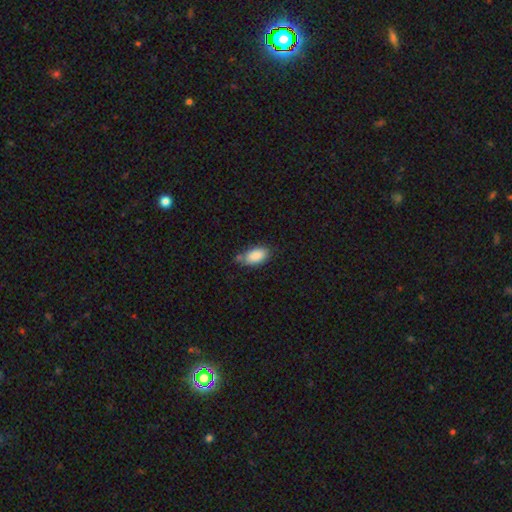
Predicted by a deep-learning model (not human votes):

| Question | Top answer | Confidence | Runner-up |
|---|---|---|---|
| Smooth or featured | smooth | 88% | star or artifact (7%) |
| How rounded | in between | 93% | cigar-shaped (4%) |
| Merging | none | 63% | minor disturbance (24%) |